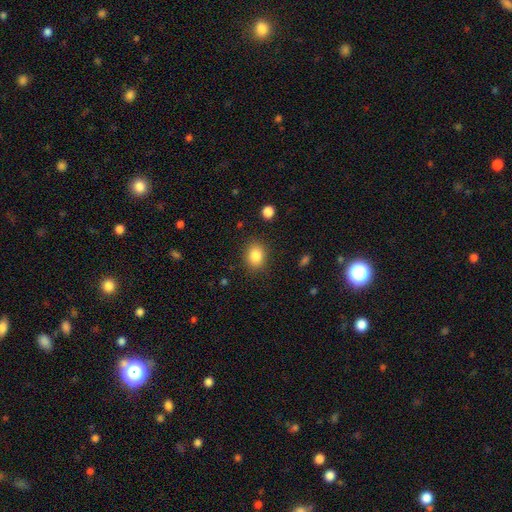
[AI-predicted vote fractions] Q: Smooth or featured?
A: smooth (85%); runner-up: star or artifact (9%)
Q: How rounded?
A: in between (58%); runner-up: round (41%)
Q: Merging?
A: none (86%); runner-up: minor disturbance (10%)